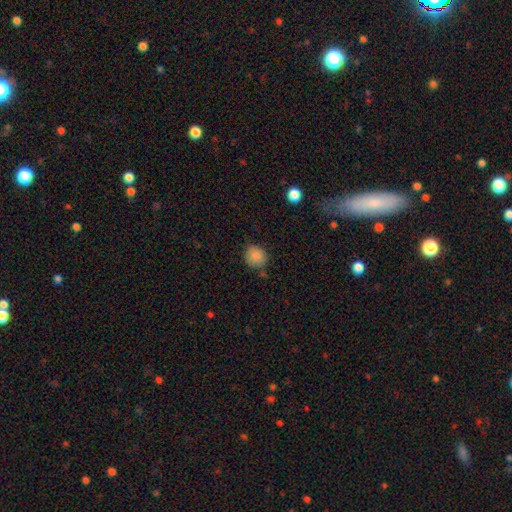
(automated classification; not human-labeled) A smooth galaxy with no disk features (87%) that is round (84%). Merging: none (73%).